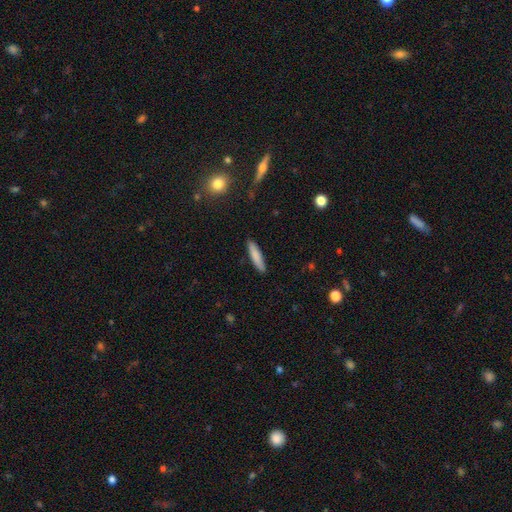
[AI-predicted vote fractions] smooth-or-featured: smooth: 82% | featured or disk: 12% | star or artifact: 6%
  how-rounded: cigar-shaped: 84% | in between: 14% | round: 1%
  merging: none: 89% | minor disturbance: 8% | major disturbance: 2% | merger: 1%